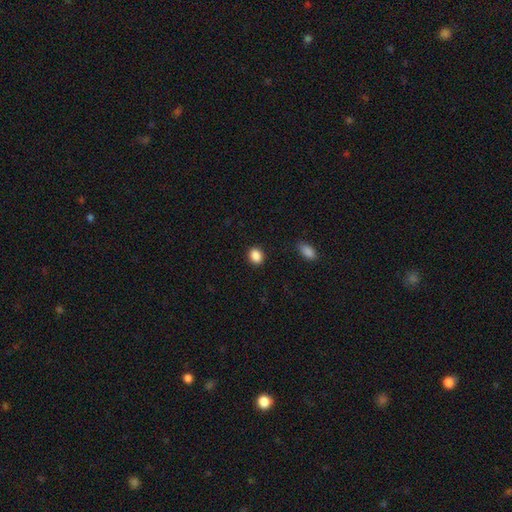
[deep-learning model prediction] The model was most divided on "how rounded": in between: 53%, round: 46%, cigar-shaped: 1%. More confident: merging — none (88%); smooth or featured — smooth (88%).